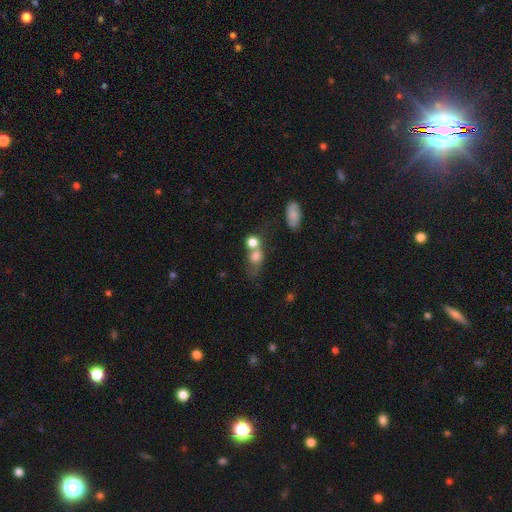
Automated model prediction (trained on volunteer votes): Overall: smooth (72%). How rounded: round (55%; in between 41%). Merging: merger (51%; none 26%).